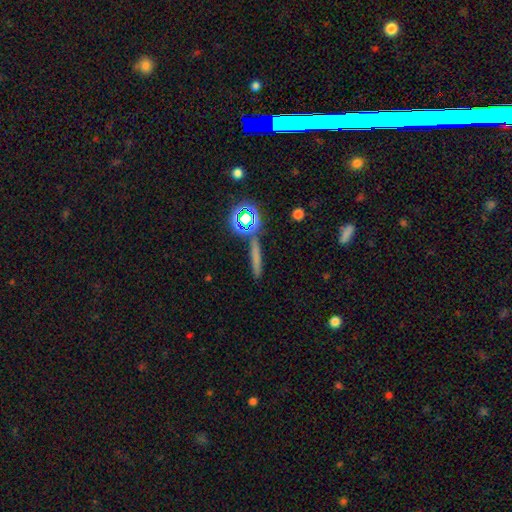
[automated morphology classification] smooth-or-featured: smooth: 61% | star or artifact: 21% | featured or disk: 19%
  how-rounded: cigar-shaped: 84% | round: 9% | in between: 7%
  merging: none: 82% | minor disturbance: 9% | merger: 6% | major disturbance: 3%